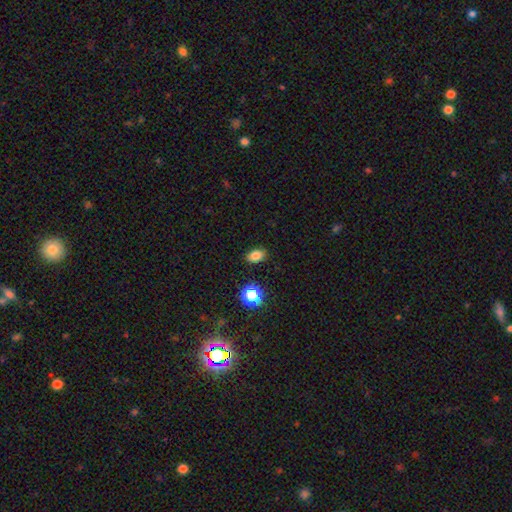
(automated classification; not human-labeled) Morphology: type=smooth (81%); roundness=in between (80%); merging=none (88%).